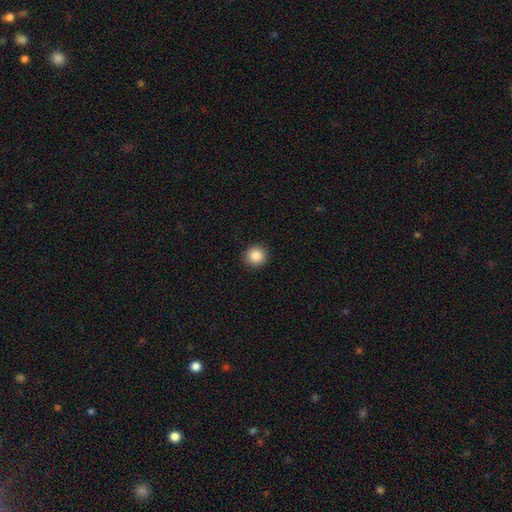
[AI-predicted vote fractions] Smooth or featured?
  - smooth: 87% *
  - star or artifact: 9%
  - featured or disk: 4%
How rounded?
  - round: 94% *
  - in between: 5%
  - cigar-shaped: 1%
Merging?
  - none: 92% *
  - minor disturbance: 5%
  - major disturbance: 2%
  - merger: 1%